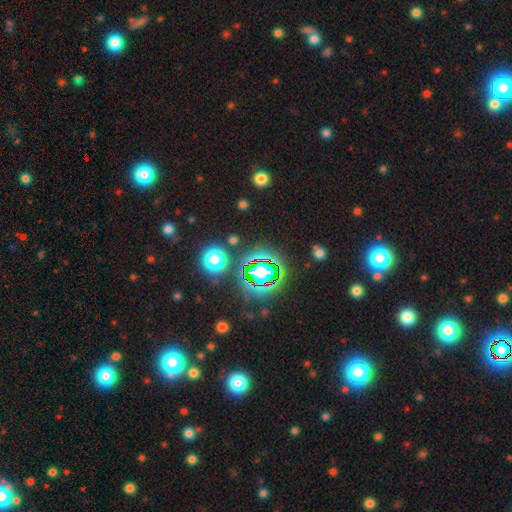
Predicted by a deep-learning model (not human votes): Smooth or featured? Predicted: star or artifact (p=0.77).